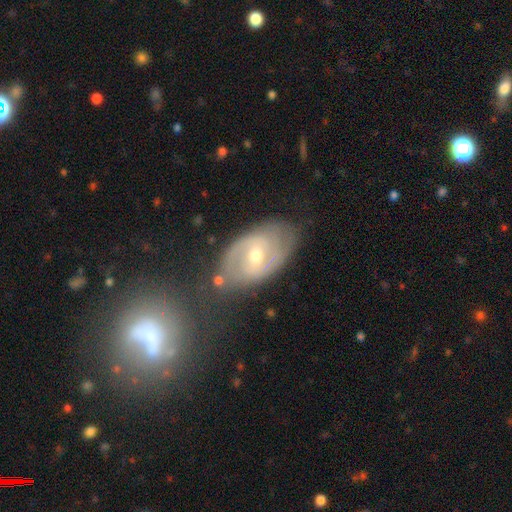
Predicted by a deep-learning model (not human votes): This appears to be a featured or disk galaxy (79%) with a weak bar (53%), 2 (67%) tight (46%) spiral arms (89%) and a moderate central bulge (61%). Merging: none (72%).